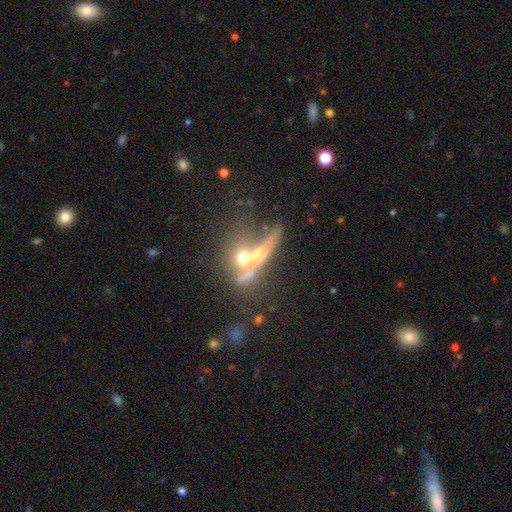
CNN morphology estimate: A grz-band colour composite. It shows a featured or disk galaxy (47%). Merging: merger (58%).